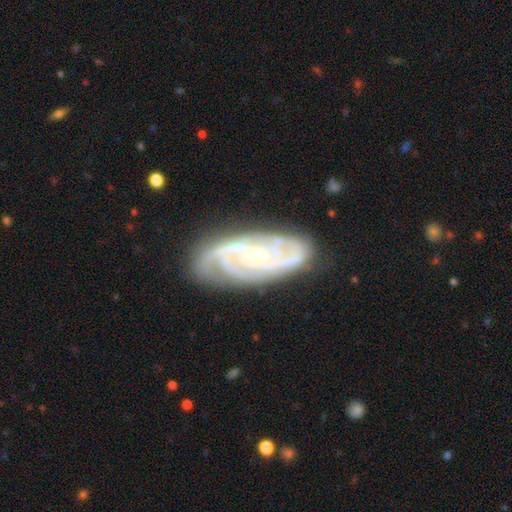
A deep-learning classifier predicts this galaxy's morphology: Q: Smooth or featured?
A: featured or disk (88%); runner-up: smooth (7%)
Q: Edge-on disk?
A: no (94%); runner-up: yes (6%)
Q: Bar?
A: no (60%); runner-up: weak (30%)
Q: Spiral arms?
A: yes (98%); runner-up: no (2%)
Q: Spiral winding?
A: tight (67%); runner-up: medium (29%)
Q: Spiral arm count?
A: 2 (34%); runner-up: 3 (32%)
Q: Bulge size?
A: small (60%); runner-up: moderate (32%)
Q: Merging?
A: none (80%); runner-up: minor disturbance (14%)